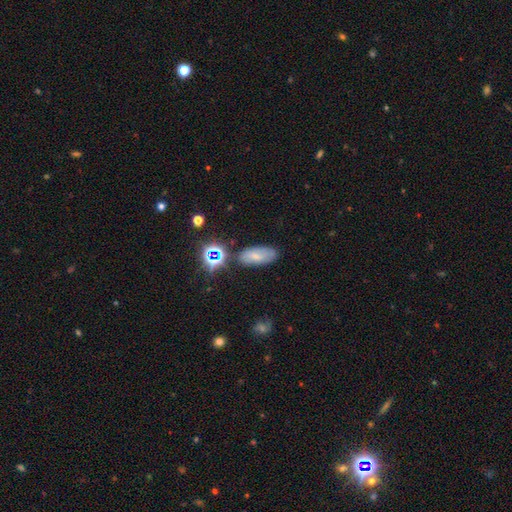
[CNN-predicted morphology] The model was most divided on "smooth or featured": smooth: 56%, featured or disk: 26%, star or artifact: 19%. More confident: how rounded — in between (87%); merging — none (72%).